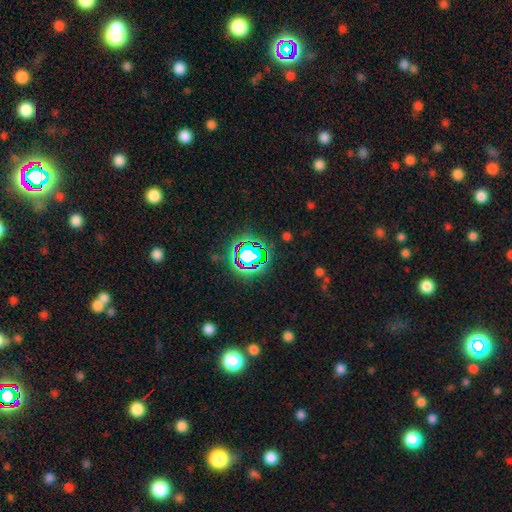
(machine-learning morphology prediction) A star or artifact, not a galaxy (76%).

Vote fractions:
- Smooth or featured? star or artifact: 76% / smooth: 15% / featured or disk: 9%